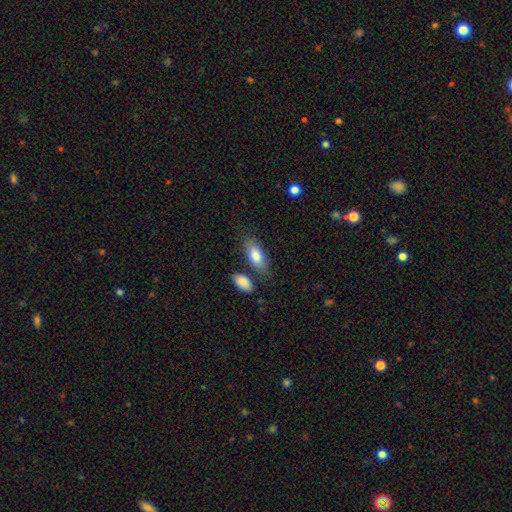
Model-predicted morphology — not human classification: This is clearly a smooth galaxy (83%). How rounded: clearly in between (83%). Merging: likely none (70%).